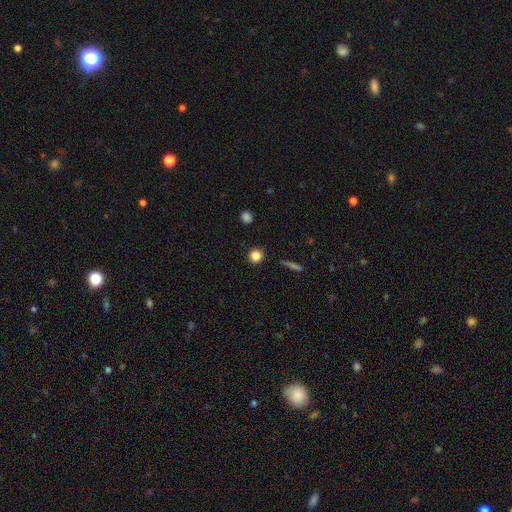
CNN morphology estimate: Smooth or featured: smooth — 83% (star or artifact — 11%)
How rounded: round — 92% (in between — 6%)
Merging: none — 91% (minor disturbance — 6%)